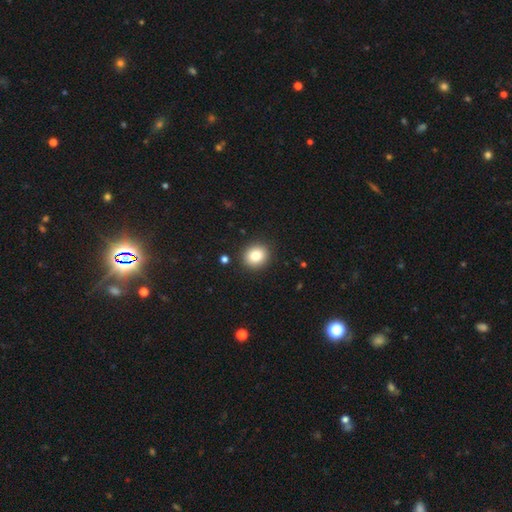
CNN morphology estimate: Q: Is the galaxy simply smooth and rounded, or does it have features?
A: smooth — 83%.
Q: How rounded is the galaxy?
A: round — 76%.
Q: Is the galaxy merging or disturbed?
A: none — 90%.